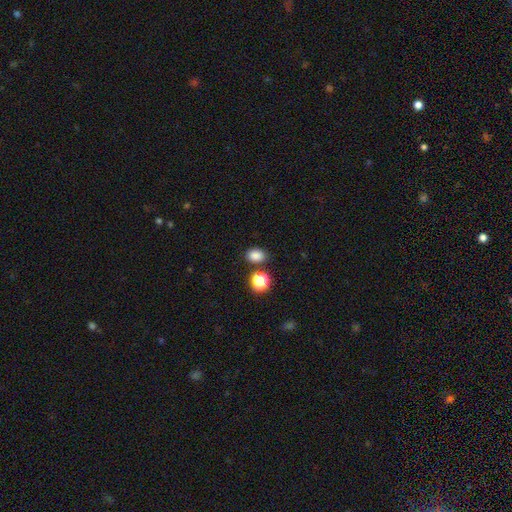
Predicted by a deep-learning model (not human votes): Smooth or featured? smooth (83%)
How rounded? in between (64%)
Merging? none (78%)